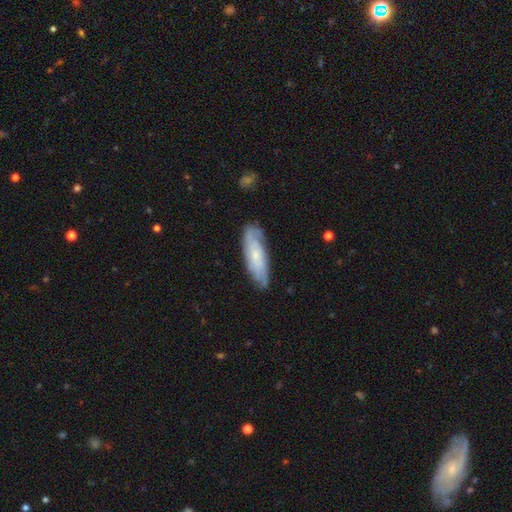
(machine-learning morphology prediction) A featured or disk galaxy (57%). Merging: none (77%).